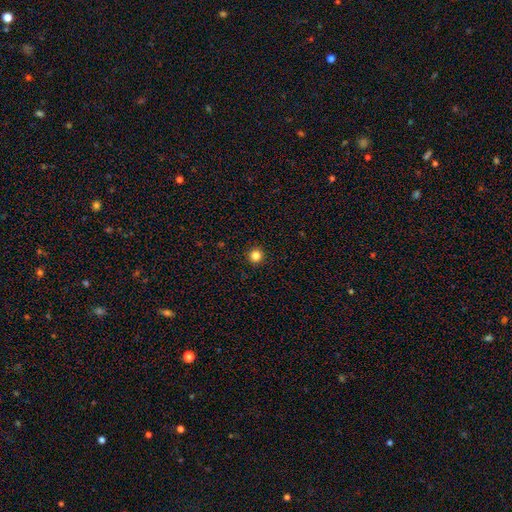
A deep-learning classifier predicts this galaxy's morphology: Smooth or featured? Predicted: smooth (p=0.84). How rounded? Predicted: round (p=0.96). Merging? Predicted: none (p=0.94).